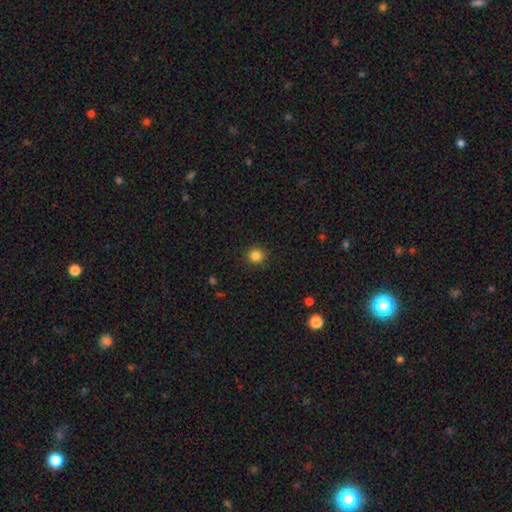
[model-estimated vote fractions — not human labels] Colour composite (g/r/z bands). It shows a smooth galaxy with no disk features (85%) that is round (93%). Merging: none (92%).